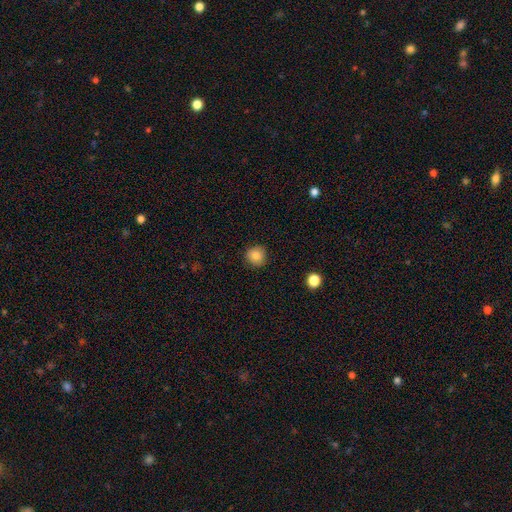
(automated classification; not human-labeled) This appears to be a smooth galaxy with no disk features (83%) that is round (92%). Merging: none (88%).